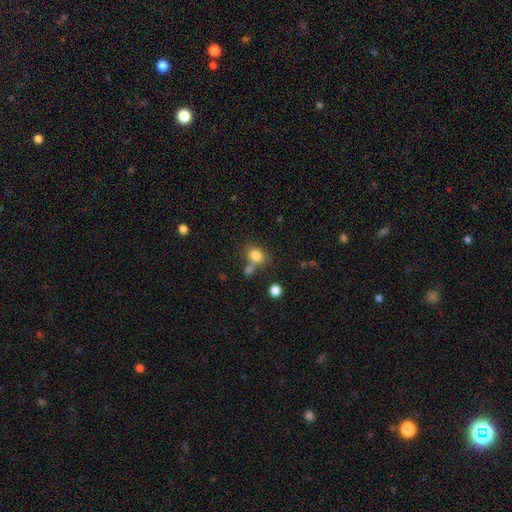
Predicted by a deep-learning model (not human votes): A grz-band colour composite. It shows a smooth galaxy with no disk features (81%) that is in between round and cigar-shaped (58%). Merging: none (54%).